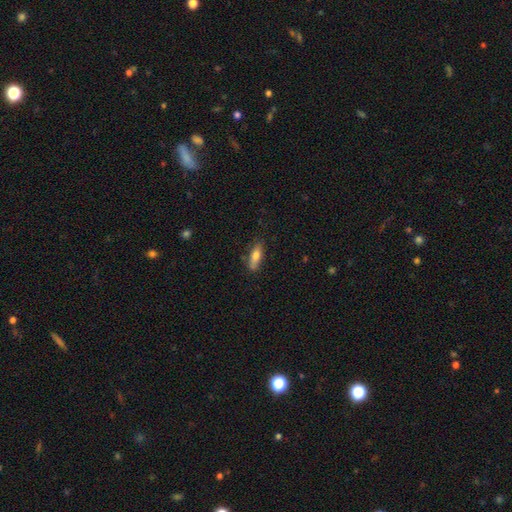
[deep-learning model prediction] This is likely a smooth galaxy (76%). How rounded: possibly in between (57%). Merging: likely none (74%).